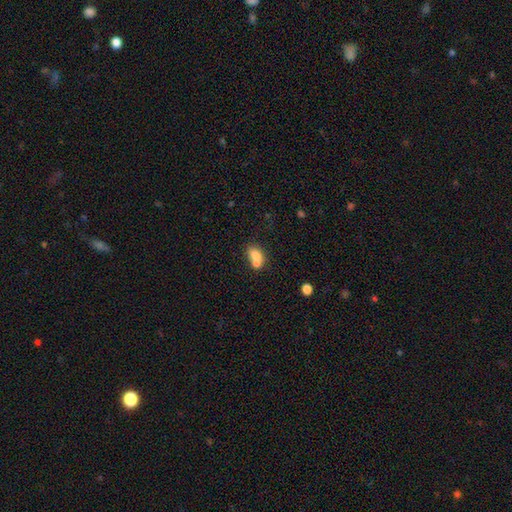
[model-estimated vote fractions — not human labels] Overall: smooth (73%). How rounded: in between (70%). Merging: merger (61%; none 26%).